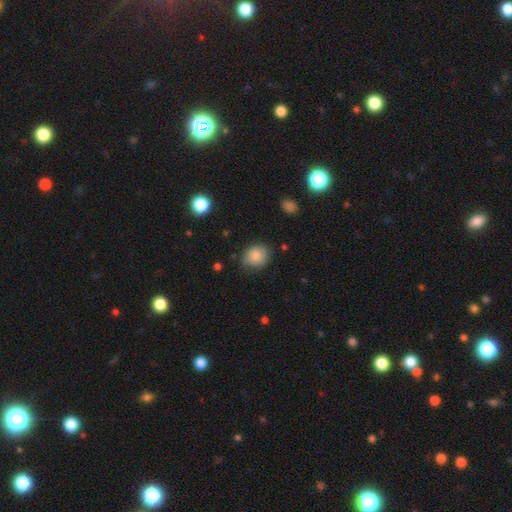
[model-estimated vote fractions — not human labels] smooth_or_featured: smooth (p=0.80) [alt: featured or disk p=0.11]
how_rounded: round (p=0.69) [alt: in between p=0.30]
merging: none (p=0.70) [alt: minor disturbance p=0.23]